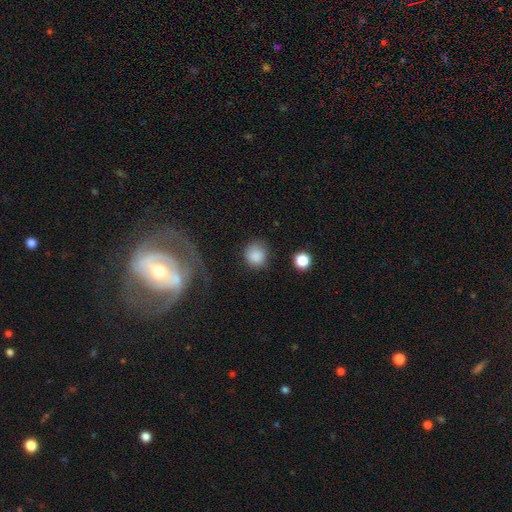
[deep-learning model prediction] Smooth or featured: smooth — 86% (star or artifact — 9%)
How rounded: round — 85% (in between — 14%)
Merging: none — 74% (minor disturbance — 16%)